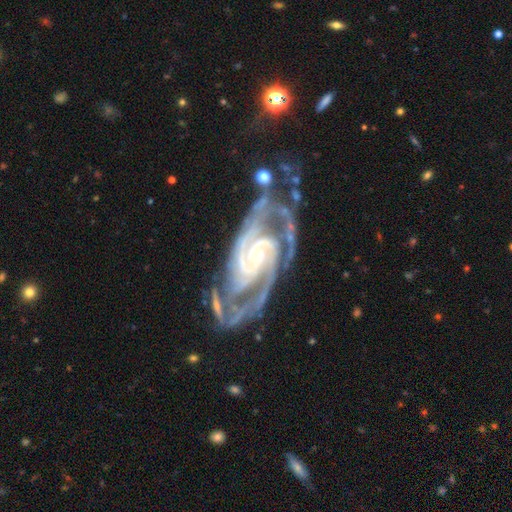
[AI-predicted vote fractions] featured or disk 93%, star or artifact 4%, smooth 2%. Down the decision tree: edge-on disk — no (97%); bar — no (52%); spiral arms — yes (99%); spiral arm count — 2 (39%); spiral winding — tight (57%); bulge size — small (64%); merging — none (57%).